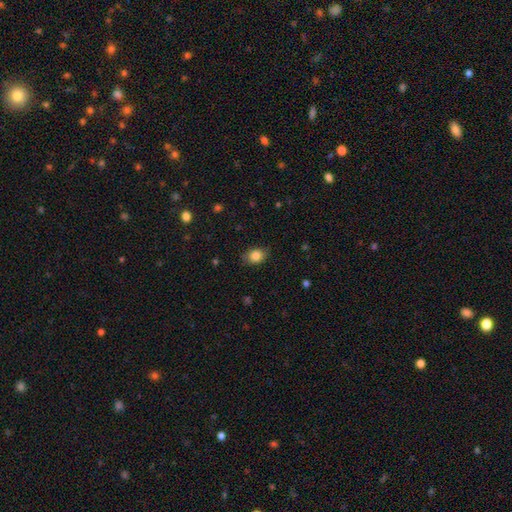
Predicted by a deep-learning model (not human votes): smooth 84%, star or artifact 9%, featured or disk 7%. Down the decision tree: how rounded — in between (66%); merging — none (81%).